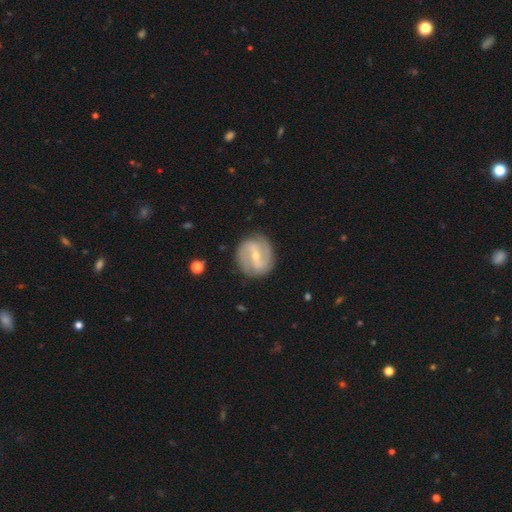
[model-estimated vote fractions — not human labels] smooth_or_featured: featured or disk (p=0.83) [alt: smooth p=0.12]
disk_edge_on: no (p=0.97) [alt: yes p=0.03]
bar: strong (p=0.41) [alt: weak p=0.40]
has_spiral_arms: yes (p=0.93) [alt: no p=0.07]
spiral_winding: medium (p=0.46) [alt: tight p=0.34]
spiral_arm_count: 2 (p=0.86) [alt: can't tell p=0.06]
bulge_size: small (p=0.63) [alt: moderate p=0.34]
merging: none (p=0.84) [alt: minor disturbance p=0.11]